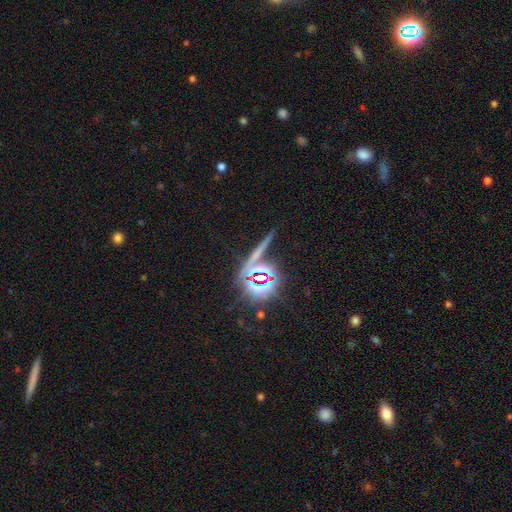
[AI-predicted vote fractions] A star or artifact, not a galaxy (61%).